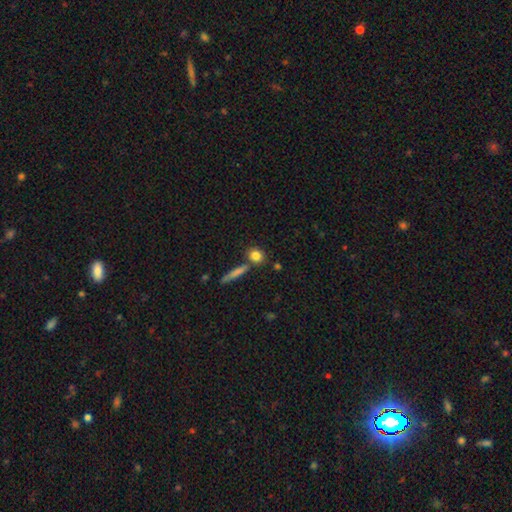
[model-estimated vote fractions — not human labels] Smooth or featured: smooth — 82% (star or artifact — 9%)
How rounded: round — 66% (in between — 25%)
Merging: none — 72% (merger — 15%)